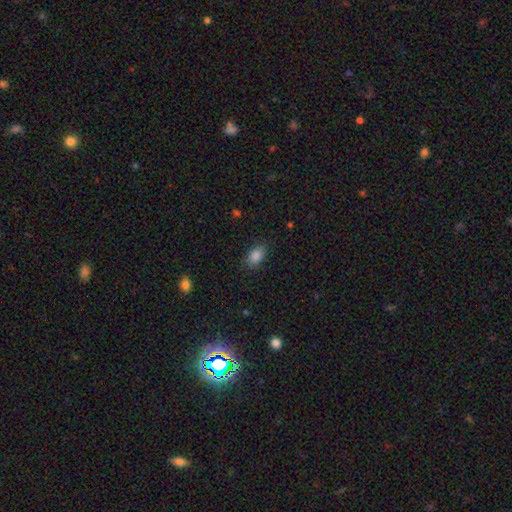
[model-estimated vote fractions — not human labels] Smooth or featured? Predicted: smooth (p=0.86). How rounded? Predicted: in between (p=0.86). Merging? Predicted: none (p=0.81).